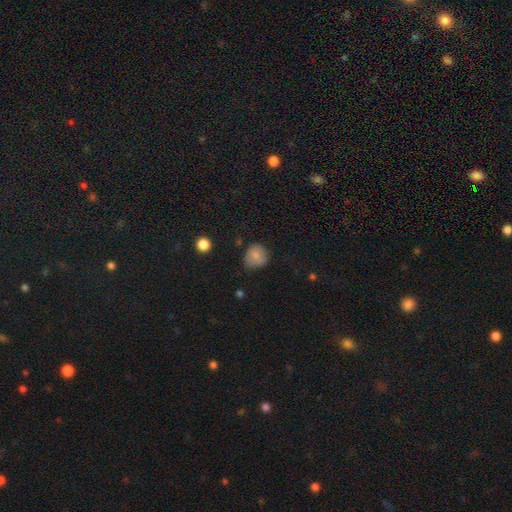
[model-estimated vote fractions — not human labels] Smooth or featured? smooth (80%)
How rounded? round (73%)
Merging? none (56%)